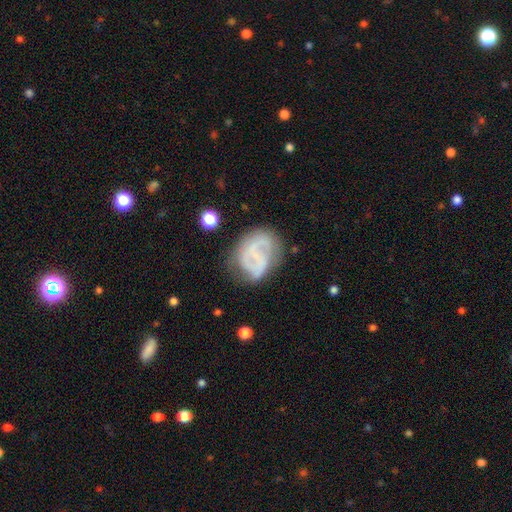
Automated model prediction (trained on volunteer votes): featured or disk 69%, smooth 23%, star or artifact 8%. Down the decision tree: edge-on disk — no (98%); bar — no (53%); spiral arms — yes (79%); spiral arm count — 2 (59%); spiral winding — medium (42%); bulge size — none (58%); merging — none (59%).